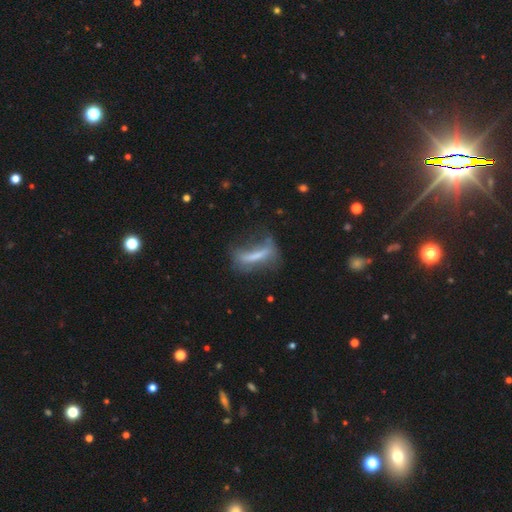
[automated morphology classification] Smooth or featured: smooth — 45% (featured or disk — 44%)
Merging: none — 39% (major disturbance — 30%)